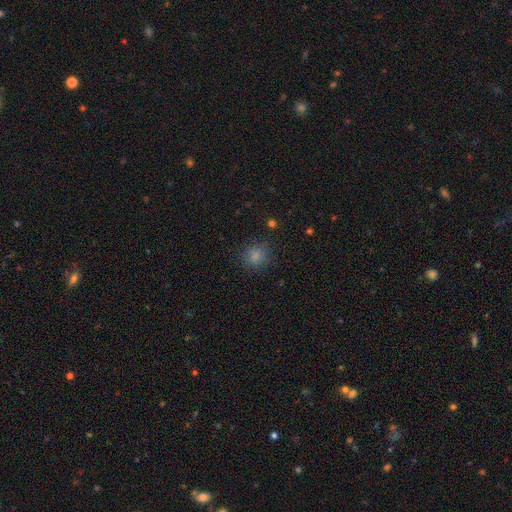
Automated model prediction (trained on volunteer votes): Smooth or featured?
  - smooth: 82% *
  - star or artifact: 14%
  - featured or disk: 5%
How rounded?
  - round: 89% *
  - in between: 10%
  - cigar-shaped: 1%
Merging?
  - none: 85% *
  - minor disturbance: 10%
  - major disturbance: 4%
  - merger: 1%